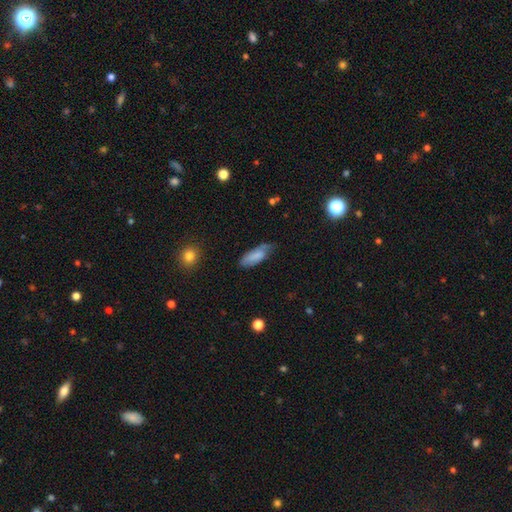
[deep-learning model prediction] smooth-or-featured: smooth: 74% | featured or disk: 19% | star or artifact: 7%
  how-rounded: in between: 75% | cigar-shaped: 23% | round: 2%
  merging: none: 53% | minor disturbance: 35% | major disturbance: 10% | merger: 2%